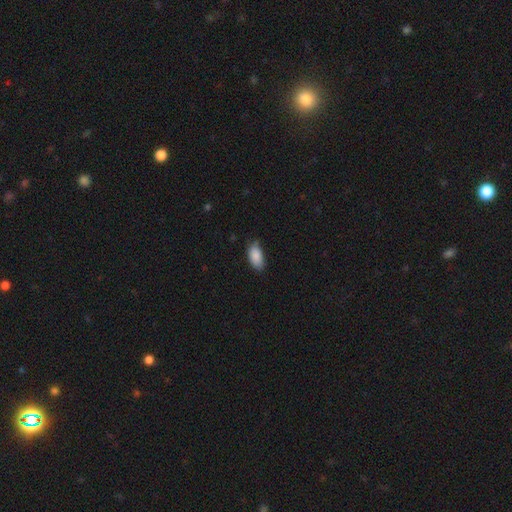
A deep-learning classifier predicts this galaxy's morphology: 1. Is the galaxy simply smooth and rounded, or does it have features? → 88% smooth, 7% star or artifact, 5% featured or disk.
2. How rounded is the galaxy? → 93% in between, 4% cigar-shaped, 3% round.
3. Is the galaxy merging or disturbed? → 68% none, 27% minor disturbance, 4% major disturbance, 1% merger.